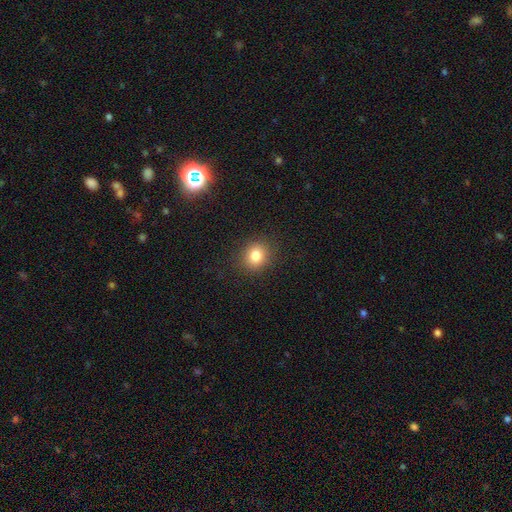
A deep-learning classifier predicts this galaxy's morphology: type=smooth (82%); roundness=round (71%); merging=none (88%).